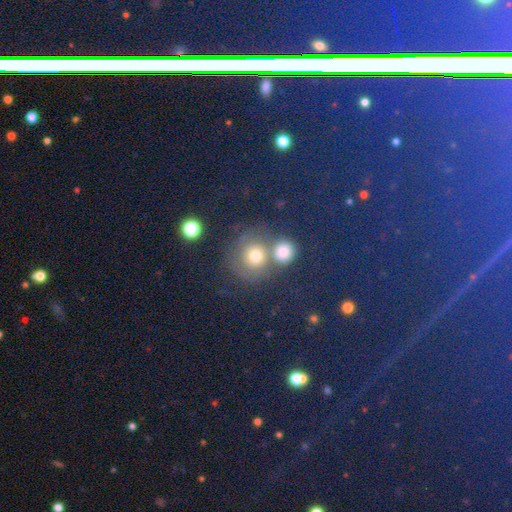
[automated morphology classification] This appears to be a smooth galaxy with no disk features (60%) that is round (85%). Merging: none (63%).